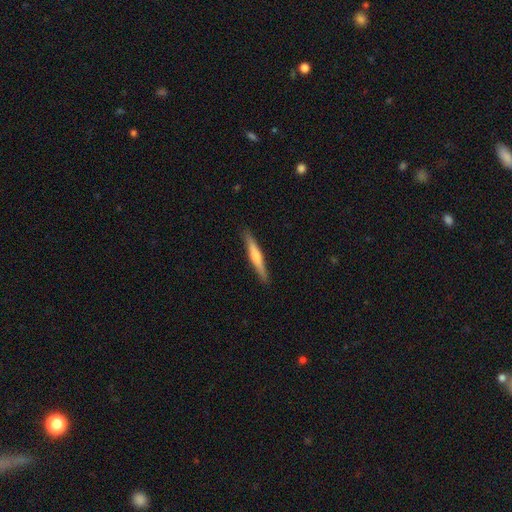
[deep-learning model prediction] A featured or disk galaxy (49%). Merging: none (91%).